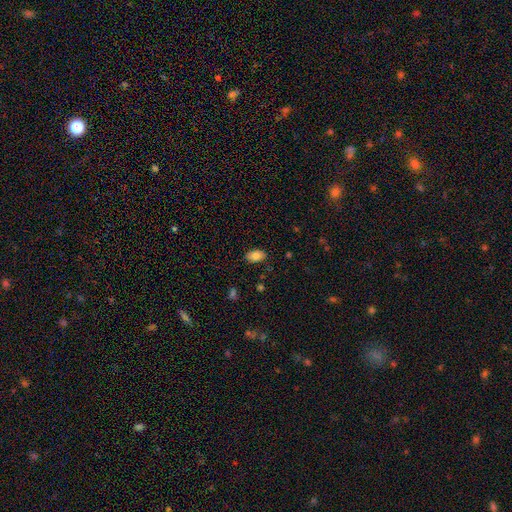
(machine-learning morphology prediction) Smooth or featured? smooth (82%)
How rounded? in between (91%)
Merging? none (86%)